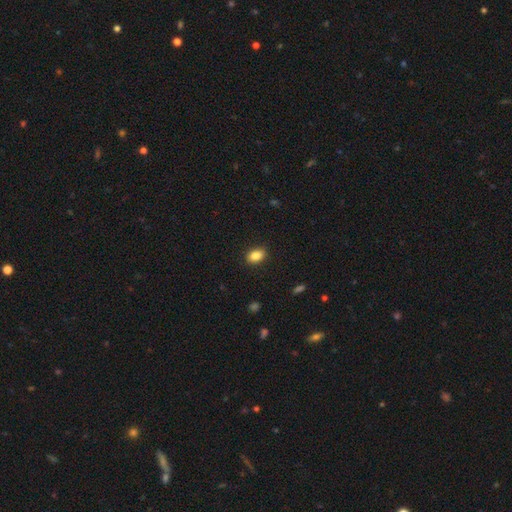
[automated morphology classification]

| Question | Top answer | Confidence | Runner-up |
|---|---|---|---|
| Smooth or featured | smooth | 87% | star or artifact (9%) |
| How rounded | in between | 84% | round (15%) |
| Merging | none | 88% | minor disturbance (8%) |